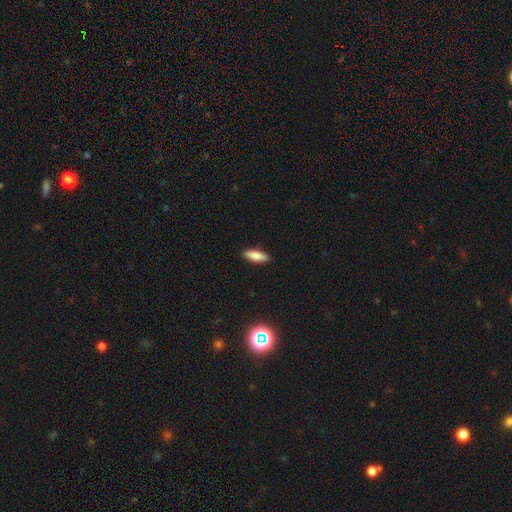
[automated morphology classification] Overall: smooth (84%). How rounded: in between (59%; cigar-shaped 39%). Merging: none (89%).